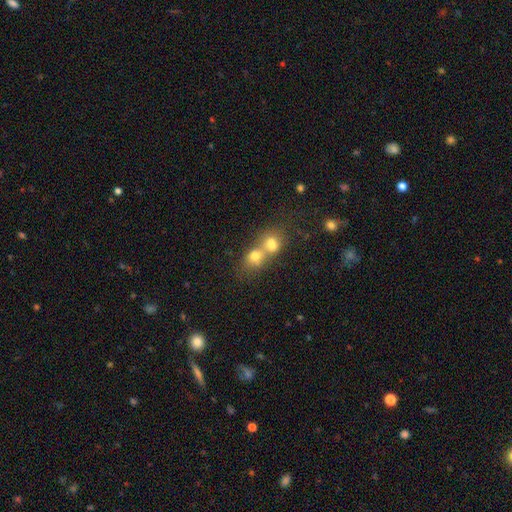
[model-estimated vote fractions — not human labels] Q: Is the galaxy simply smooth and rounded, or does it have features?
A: smooth — 68%.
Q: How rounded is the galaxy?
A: round — 65%.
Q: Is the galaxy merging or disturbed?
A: merger — 70%.